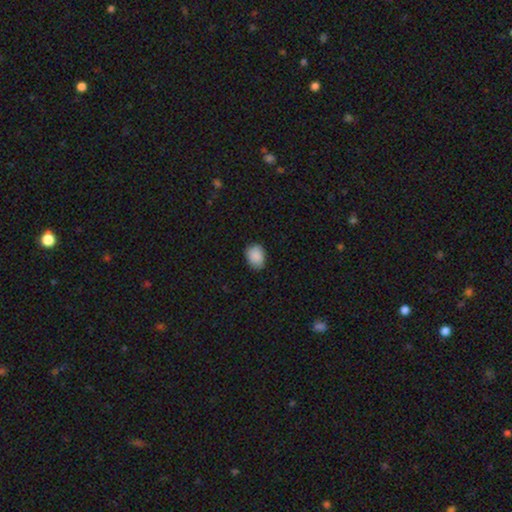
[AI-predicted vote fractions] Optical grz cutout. It shows a smooth galaxy with no disk features (89%) that is in between round and cigar-shaped (63%). Merging: none (81%).